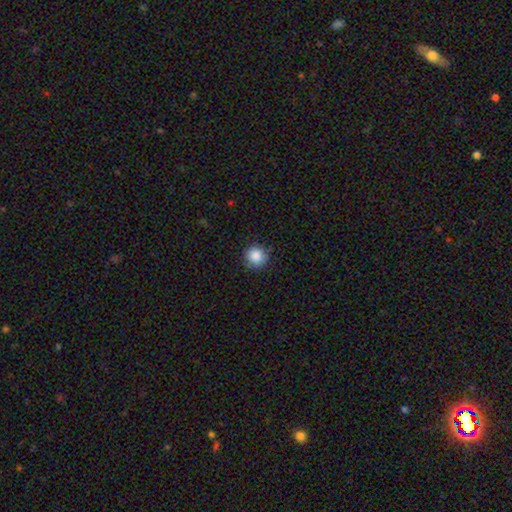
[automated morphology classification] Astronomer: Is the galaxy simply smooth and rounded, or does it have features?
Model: smooth — 87%.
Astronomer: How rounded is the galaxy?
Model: round — 93%.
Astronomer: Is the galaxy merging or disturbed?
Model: none — 86%.